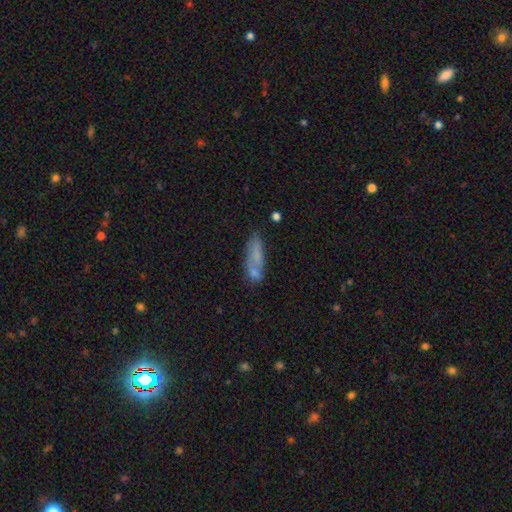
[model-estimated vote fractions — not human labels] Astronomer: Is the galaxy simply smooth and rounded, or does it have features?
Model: smooth — 66%.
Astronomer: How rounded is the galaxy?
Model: cigar-shaped — 53% (runner-up: in between, 44%).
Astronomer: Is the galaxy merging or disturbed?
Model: none — 49%.